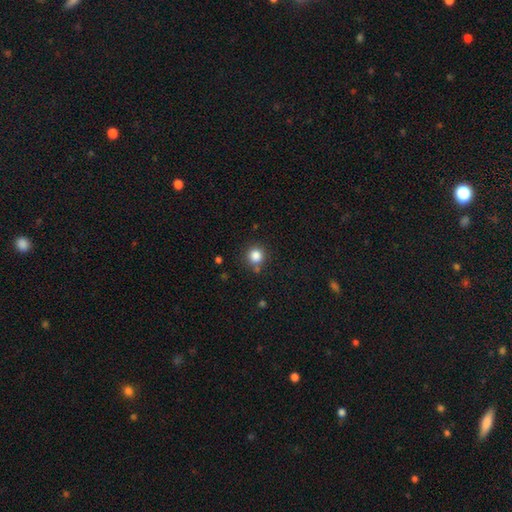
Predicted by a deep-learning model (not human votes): A smooth galaxy with no disk features (84%) that is round (90%).

Vote fractions:
- Smooth or featured? smooth: 84% / star or artifact: 11% / featured or disk: 4%
- How rounded? round: 90% / in between: 9% / cigar-shaped: 1%
- Merging? none: 79% / minor disturbance: 12% / merger: 5% / major disturbance: 4%